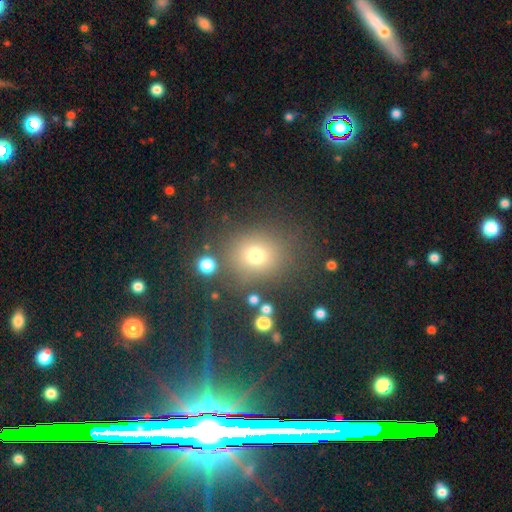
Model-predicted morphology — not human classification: Overall: smooth (70%). How rounded: round (77%). Merging: none (77%).